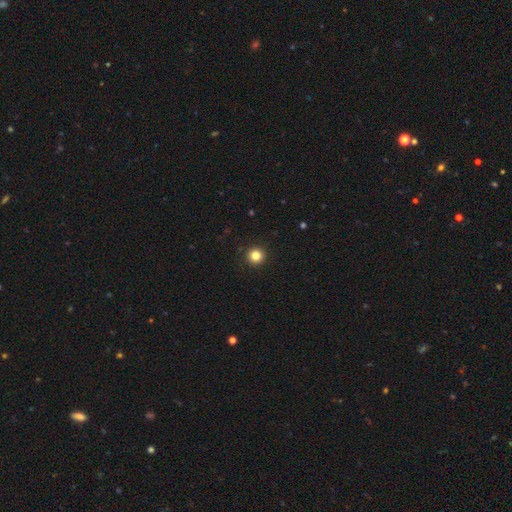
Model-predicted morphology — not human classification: A smooth galaxy with no disk features (83%) that is round (96%). Merging: none (94%).